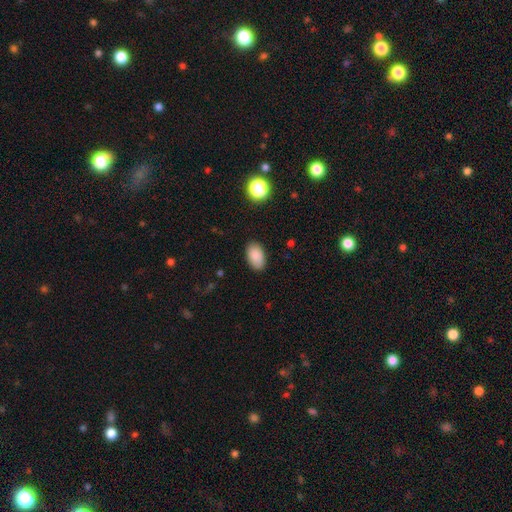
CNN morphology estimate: This is clearly a smooth galaxy (88%). How rounded: clearly in between (93%). Merging: clearly none (87%).